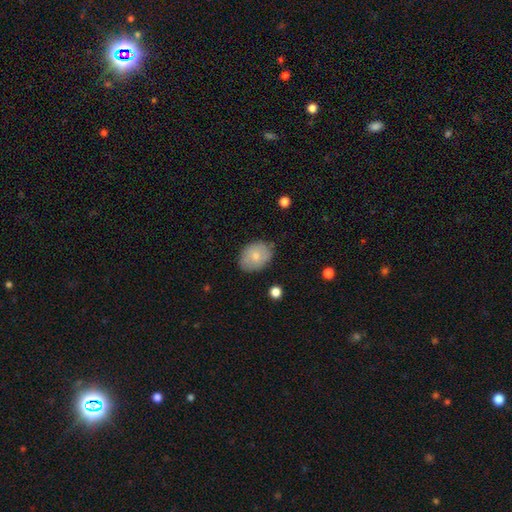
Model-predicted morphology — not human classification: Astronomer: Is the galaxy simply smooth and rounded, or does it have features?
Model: smooth — 71%.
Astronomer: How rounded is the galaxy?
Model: in between — 66%.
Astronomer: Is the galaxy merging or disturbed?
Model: none — 78%.